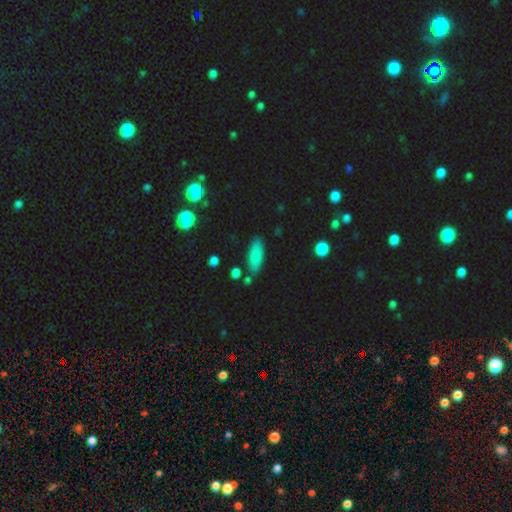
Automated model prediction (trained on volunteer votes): A smooth galaxy with no disk features (79%) that is in between round and cigar-shaped (73%). Merging: none (80%).